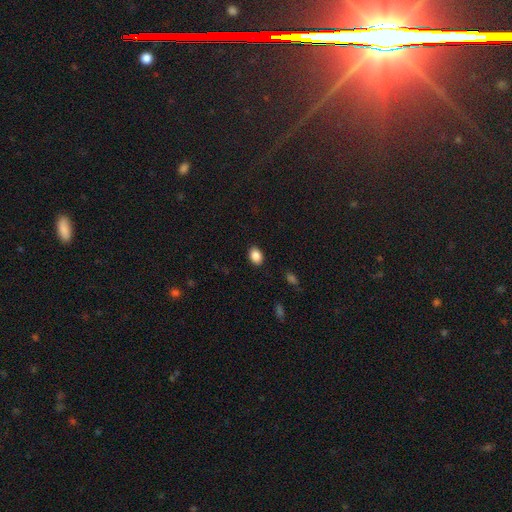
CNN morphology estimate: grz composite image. It shows a smooth galaxy with no disk features (88%) that is in between round and cigar-shaped (70%). Merging: none (89%).